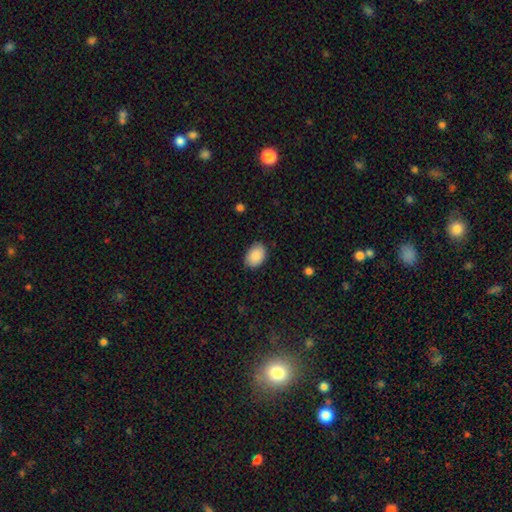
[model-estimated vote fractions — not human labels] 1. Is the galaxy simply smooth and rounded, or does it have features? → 89% smooth, 7% star or artifact, 4% featured or disk.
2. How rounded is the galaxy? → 80% in between, 19% round, 1% cigar-shaped.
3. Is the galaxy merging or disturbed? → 85% none, 12% minor disturbance, 2% major disturbance, 1% merger.